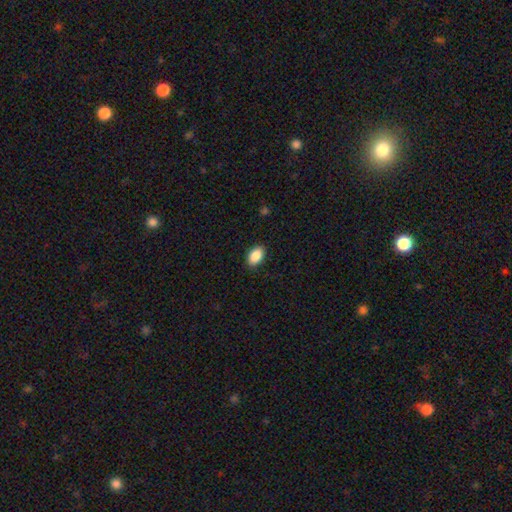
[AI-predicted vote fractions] A smooth galaxy with no disk features (88%) that is in between round and cigar-shaped (90%).

Vote fractions:
- Smooth or featured? smooth: 88% / star or artifact: 7% / featured or disk: 4%
- How rounded? in between: 90% / round: 9% / cigar-shaped: 1%
- Merging? none: 88% / minor disturbance: 9% / major disturbance: 2% / merger: 1%